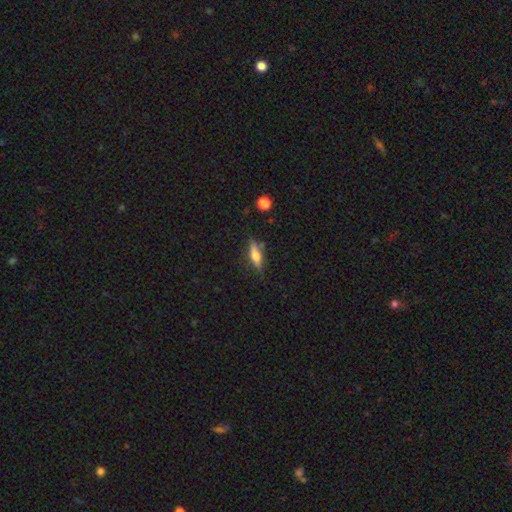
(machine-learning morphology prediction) smooth 50%, featured or disk 42%, star or artifact 7%. Down the decision tree: how rounded — cigar-shaped (62%); merging — none (79%).